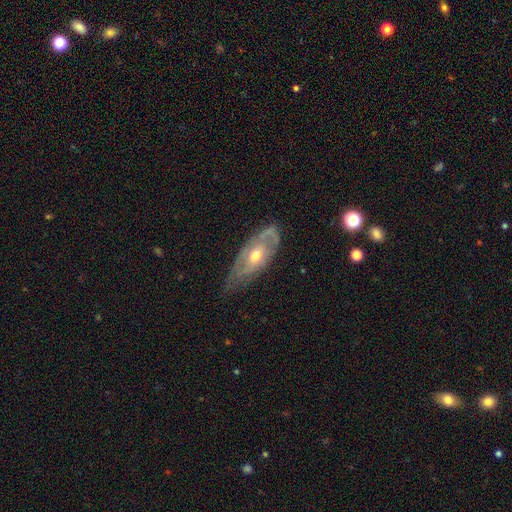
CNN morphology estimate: Smooth or featured: featured or disk — 67% (smooth — 28%)
Edge-on disk: no — 83% (yes — 17%)
Bar: no — 70% (weak — 24%)
Spiral arms: yes — 66% (no — 34%)
Bulge size: moderate — 71% (small — 23%)
Merging: none — 50% (minor disturbance — 35%)